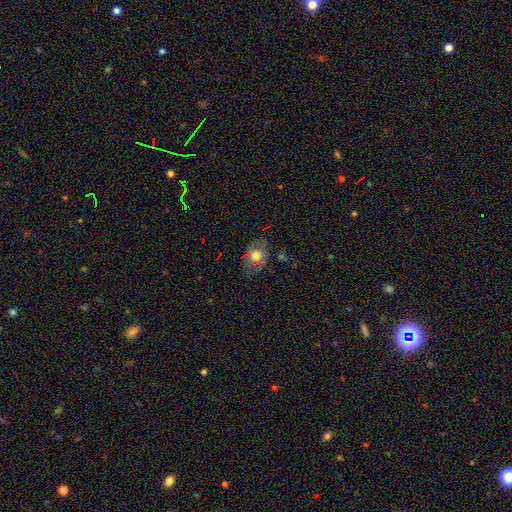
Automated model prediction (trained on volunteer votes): Q: Smooth or featured?
A: smooth (60%); runner-up: featured or disk (26%)
Q: How rounded?
A: in between (66%); runner-up: round (32%)
Q: Merging?
A: none (74%); runner-up: minor disturbance (18%)